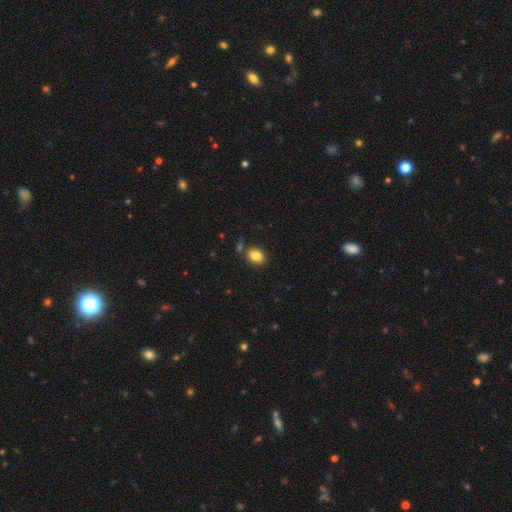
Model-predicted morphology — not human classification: Overall: smooth (85%). How rounded: in between (62%; round 37%). Merging: none (75%).